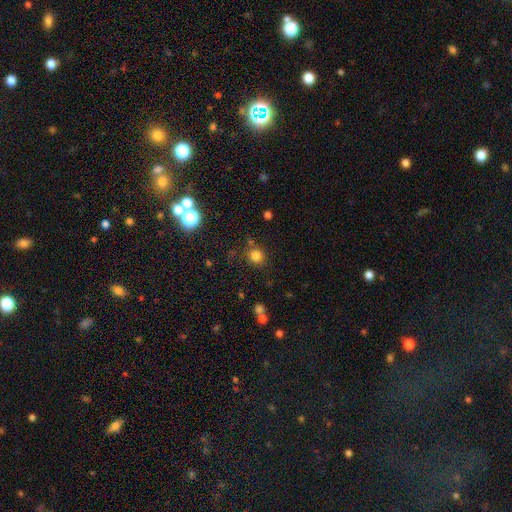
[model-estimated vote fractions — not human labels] This appears to be a smooth galaxy with no disk features (79%) that is round (87%). Merging: none (81%).